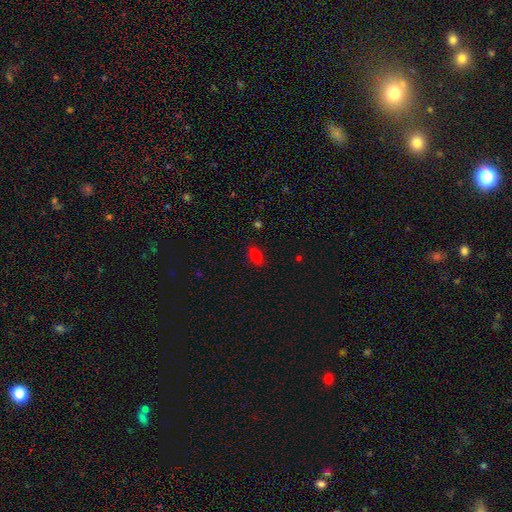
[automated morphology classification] The model was most divided on "smooth or featured": smooth: 78%, star or artifact: 16%, featured or disk: 7%. More confident: how rounded — in between (86%); merging — none (84%).